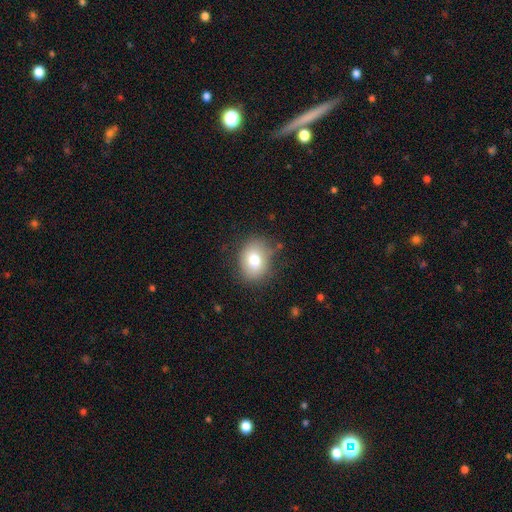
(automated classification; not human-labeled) A smooth galaxy with no disk features (75%) that is in between round and cigar-shaped (50%).

Vote fractions:
- Smooth or featured? smooth: 75% / featured or disk: 15% / star or artifact: 10%
- How rounded? in between: 50% / round: 49% / cigar-shaped: 1%
- Merging? none: 80% / minor disturbance: 14% / major disturbance: 4% / merger: 1%